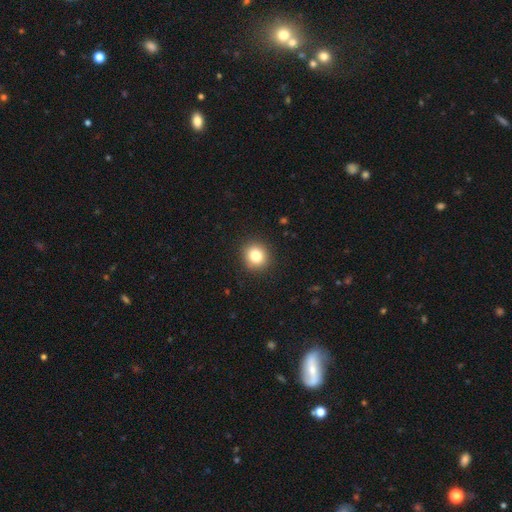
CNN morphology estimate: The model was most divided on "smooth or featured": smooth: 82%, star or artifact: 11%, featured or disk: 7%. More confident: merging — none (91%); how rounded — round (89%).